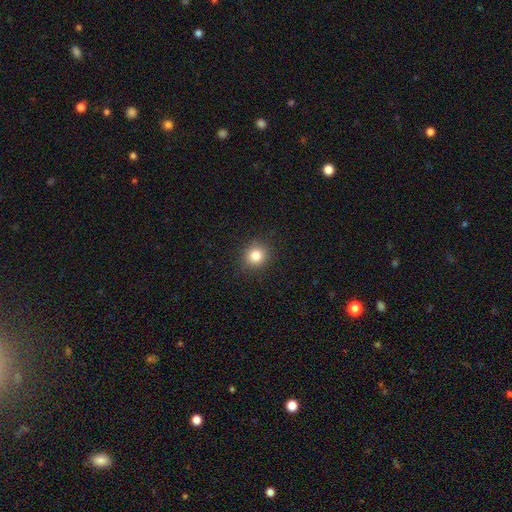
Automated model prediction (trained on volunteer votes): A smooth galaxy with no disk features (83%) that is round (86%).

Vote fractions:
- Smooth or featured? smooth: 83% / star or artifact: 12% / featured or disk: 6%
- How rounded? round: 86% / in between: 13% / cigar-shaped: 1%
- Merging? none: 90% / minor disturbance: 7% / major disturbance: 2% / merger: 1%